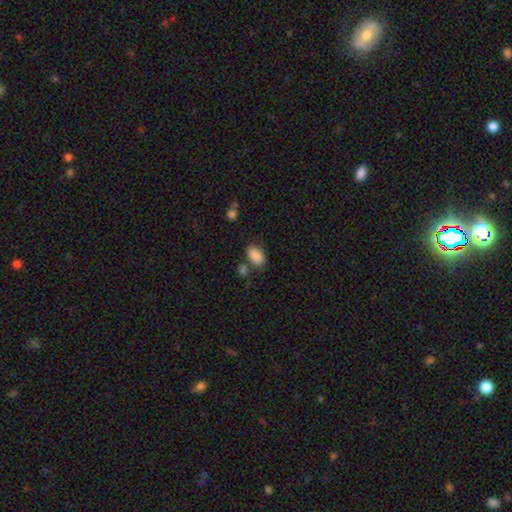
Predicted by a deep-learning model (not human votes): This is clearly a smooth galaxy (88%). How rounded: clearly in between (92%). Merging: likely none (70%).